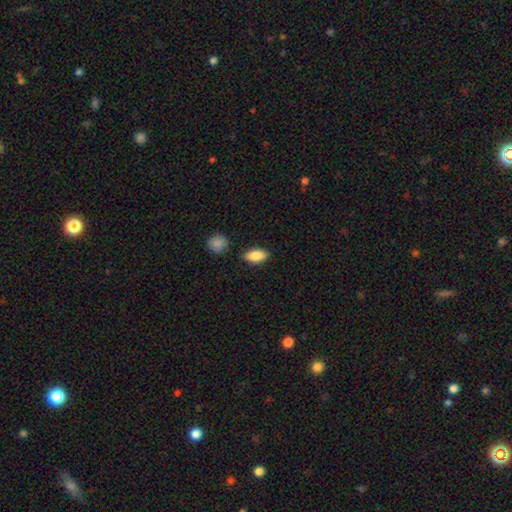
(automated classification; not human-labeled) Smooth or featured? Predicted: smooth (p=0.82). How rounded? Predicted: in between (p=0.85). Merging? Predicted: none (p=0.85).